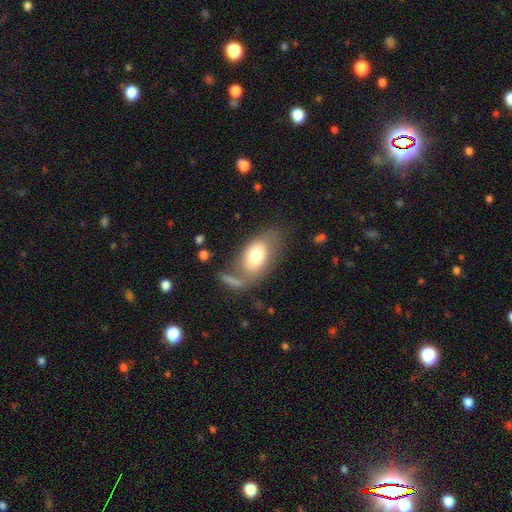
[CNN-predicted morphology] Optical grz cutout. It shows a smooth galaxy with no disk features (70%) that is in between round and cigar-shaped (88%). Merging: none (44%).